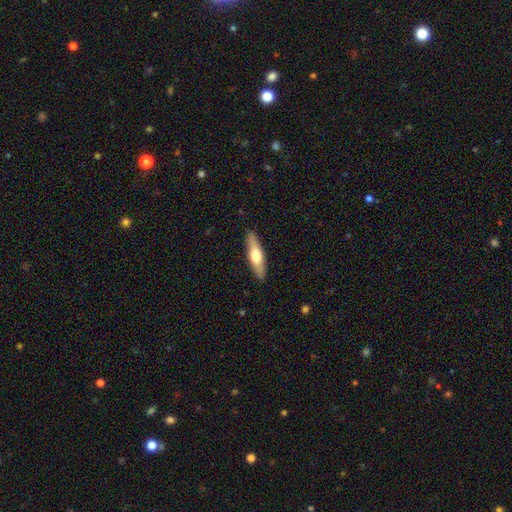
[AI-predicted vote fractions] This appears to be a smooth galaxy with no disk features (51%) that is cigar-shaped (73%). Merging: none (90%).